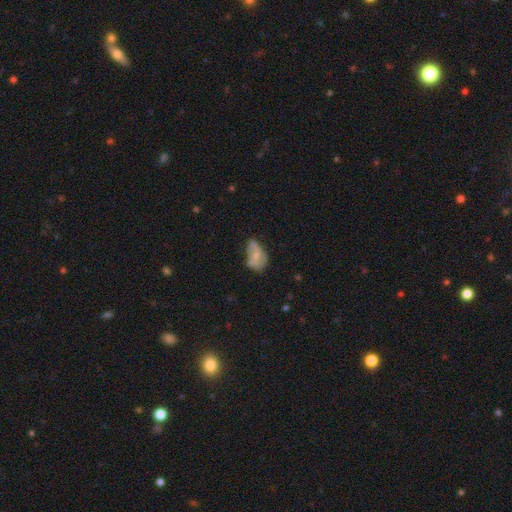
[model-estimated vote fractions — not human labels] Overall: smooth (48%; featured or disk 43%). Merging: minor disturbance (38%; none 34%).